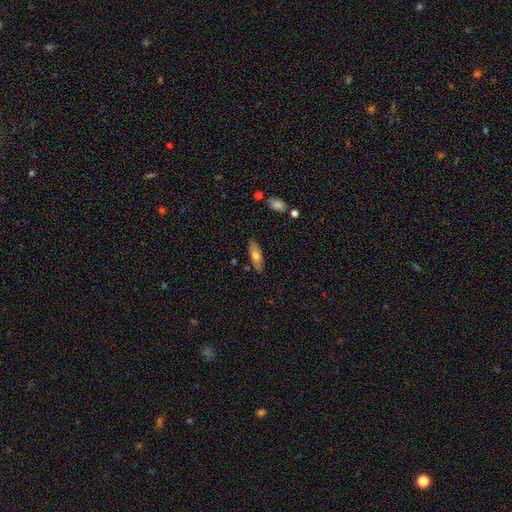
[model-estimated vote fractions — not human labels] Smooth or featured? smooth (66%)
How rounded? in between (58%)
Merging? none (82%)